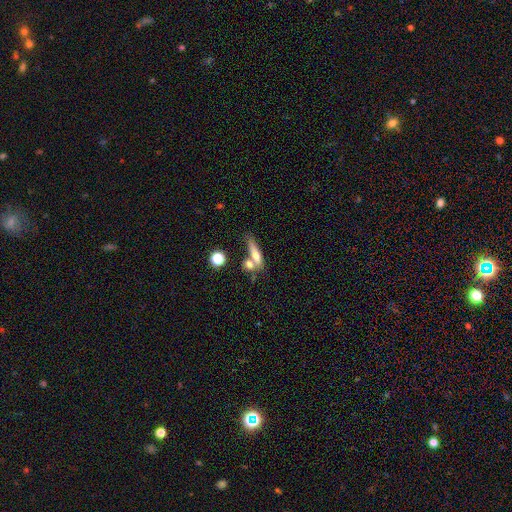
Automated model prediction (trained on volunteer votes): Morphology: type=smooth (58%); roundness=cigar-shaped (58%); merging=none (42%).